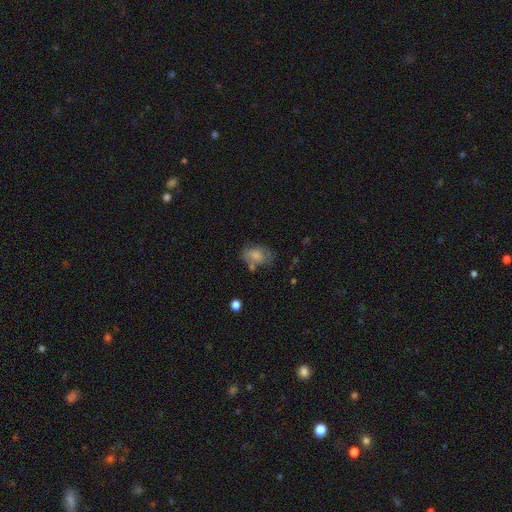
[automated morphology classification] Smooth or featured?
  - smooth: 74% *
  - featured or disk: 18%
  - star or artifact: 9%
How rounded?
  - in between: 84% *
  - round: 15%
  - cigar-shaped: 1%
Merging?
  - none: 52% *
  - minor disturbance: 26%
  - major disturbance: 11%
  - merger: 11%